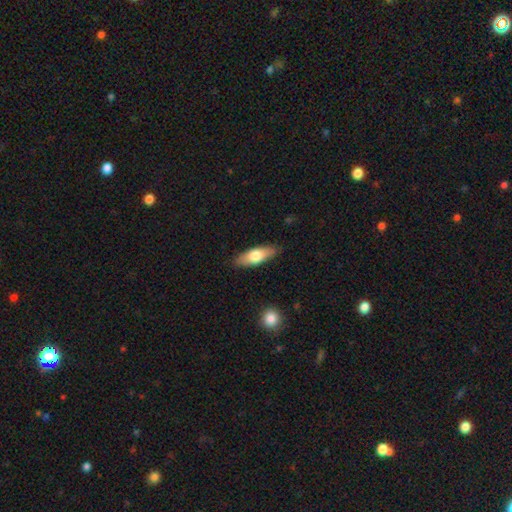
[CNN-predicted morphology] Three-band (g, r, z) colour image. It shows a smooth galaxy with no disk features (68%) that is in between round and cigar-shaped (61%). Merging: none (85%).